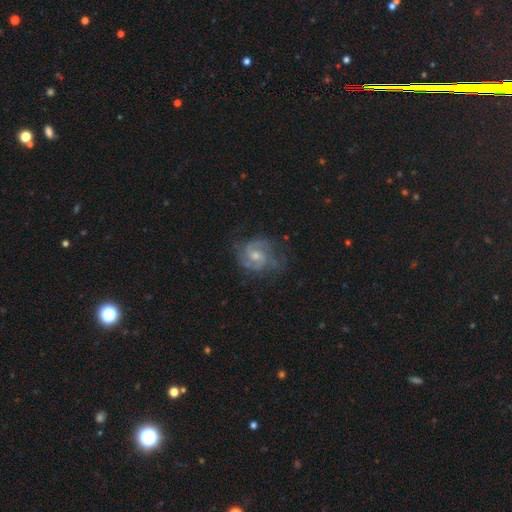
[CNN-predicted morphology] Overall: featured or disk (84%). Edge-on disk: no (98%). Bar: no (52%; weak 41%). Spiral arms: yes (96%). Spiral arm count: 2 (56%; 3 20%). Spiral winding: medium (50%; tight 37%). Bulge size: moderate (50%; small 43%). Merging: none (71%).